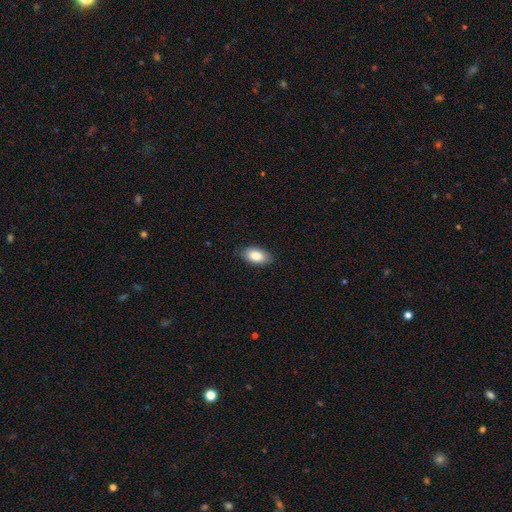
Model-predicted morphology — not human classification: smooth_or_featured: smooth (p=0.86) [alt: featured or disk p=0.08]
how_rounded: in between (p=0.92) [alt: round p=0.05]
merging: none (p=0.84) [alt: minor disturbance p=0.12]